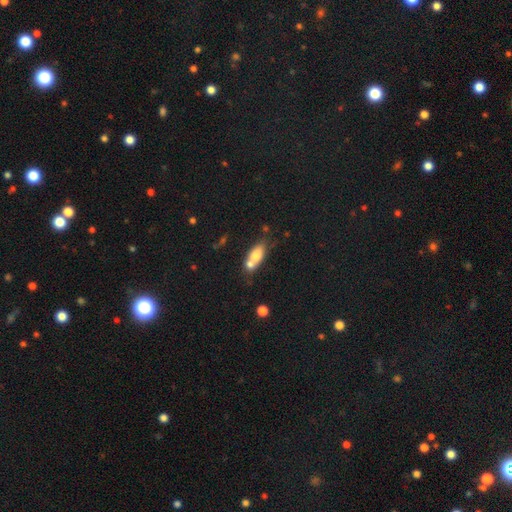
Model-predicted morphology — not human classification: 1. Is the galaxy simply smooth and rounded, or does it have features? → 71% smooth, 21% featured or disk, 8% star or artifact.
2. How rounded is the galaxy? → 74% in between, 17% cigar-shaped, 8% round.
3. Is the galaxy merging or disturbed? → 48% merger, 34% none, 12% minor disturbance, 5% major disturbance.